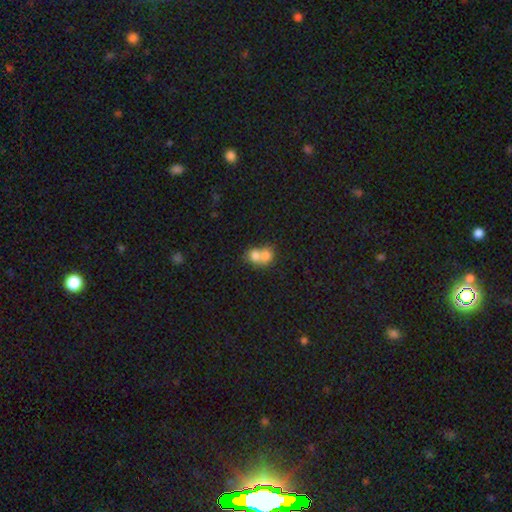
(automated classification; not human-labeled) This is likely a smooth galaxy (74%). How rounded: possibly round (58%). Merging: likely merger (74%).